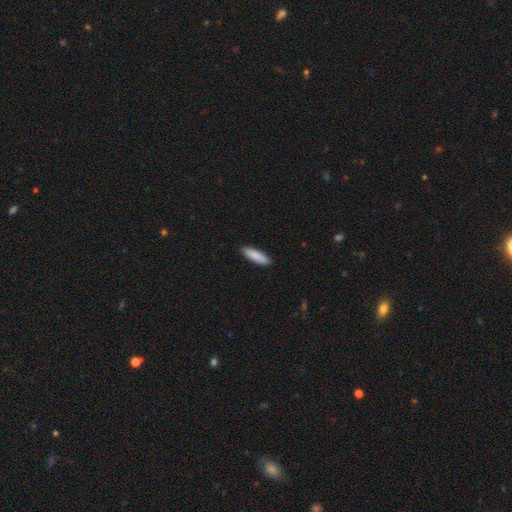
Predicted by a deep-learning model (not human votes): This is clearly a smooth galaxy (87%). How rounded: possibly cigar-shaped (56%). Merging: clearly none (89%).